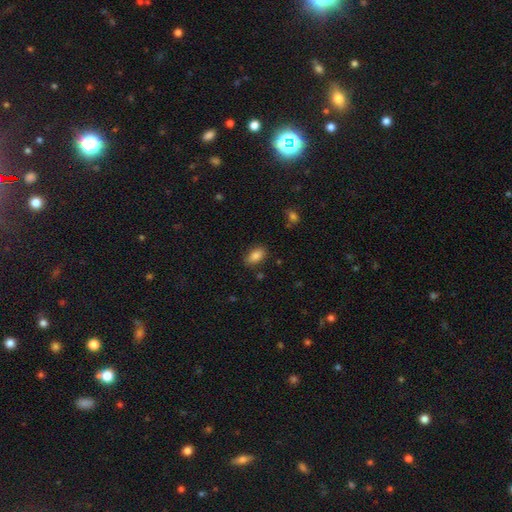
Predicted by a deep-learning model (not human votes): The model was most divided on "merging": none: 83%, minor disturbance: 12%, major disturbance: 3%, merger: 2%. More confident: how rounded — in between (90%); smooth or featured — smooth (85%).